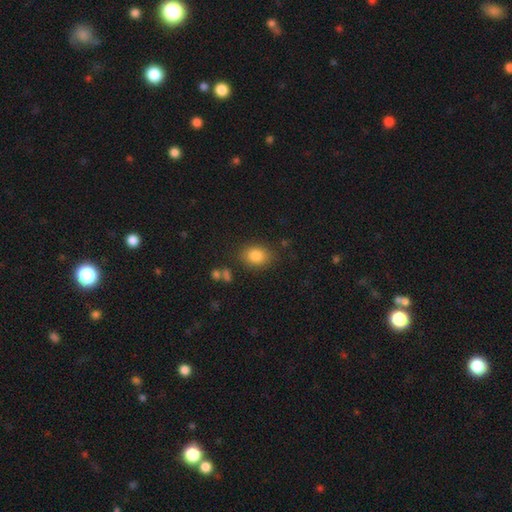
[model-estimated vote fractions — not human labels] This appears to be a smooth galaxy with no disk features (84%) that is in between round and cigar-shaped (68%). Merging: none (80%).